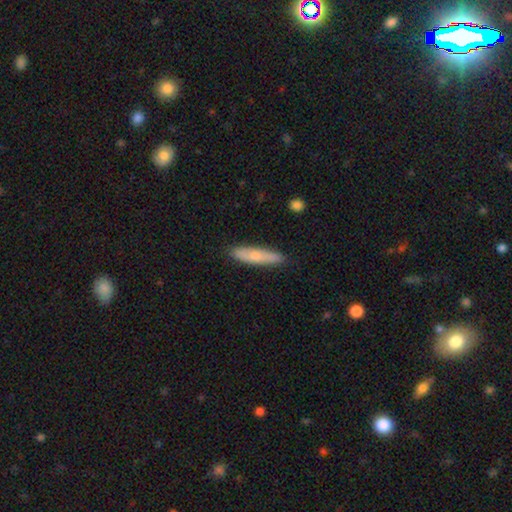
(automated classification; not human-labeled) smooth-or-featured: smooth: 68% | featured or disk: 26% | star or artifact: 6%
  how-rounded: cigar-shaped: 80% | in between: 18% | round: 2%
  merging: none: 86% | minor disturbance: 11% | major disturbance: 2% | merger: 1%